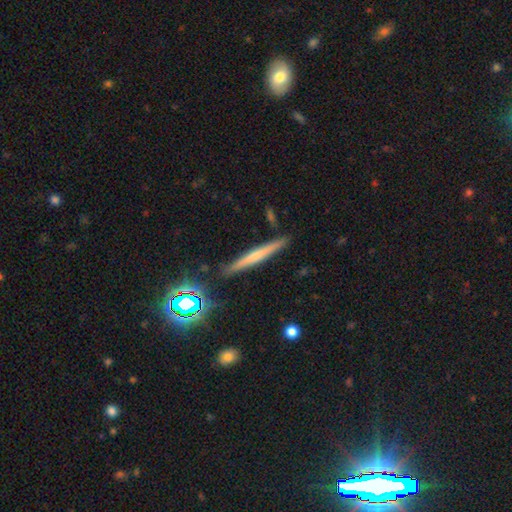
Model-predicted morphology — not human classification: smooth 47%, featured or disk 42%, star or artifact 11%. Down the decision tree: merging — none (89%).